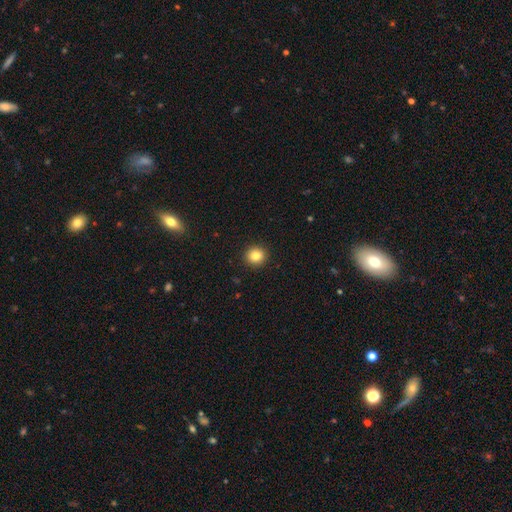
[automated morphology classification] A smooth galaxy with no disk features (83%) that is round (93%). Merging: none (93%).